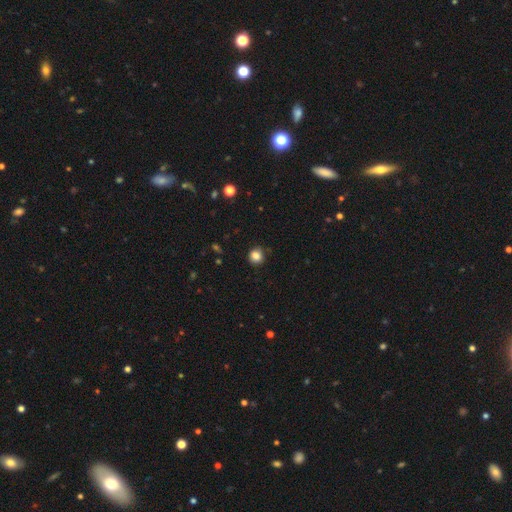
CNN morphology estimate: Smooth or featured: smooth — 84% (star or artifact — 11%)
How rounded: round — 87% (in between — 12%)
Merging: none — 86% (minor disturbance — 10%)